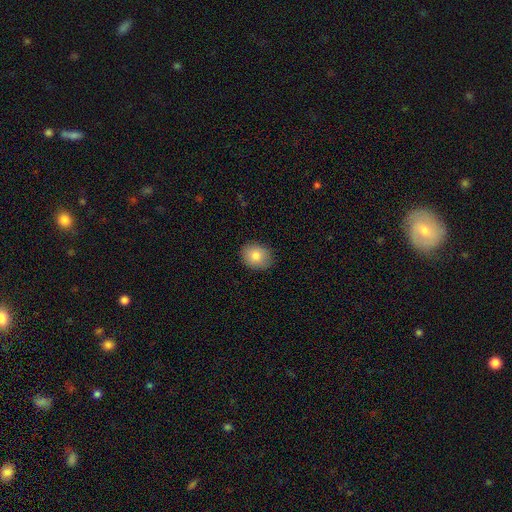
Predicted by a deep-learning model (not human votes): smooth 81%, featured or disk 10%, star or artifact 9%. Down the decision tree: how rounded — round (53%); merging — none (88%).